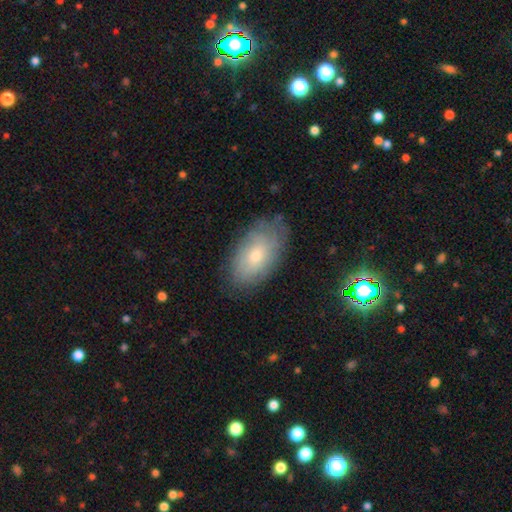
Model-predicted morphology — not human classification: Smooth or featured?
  - smooth: 53% *
  - featured or disk: 37%
  - star or artifact: 10%
How rounded?
  - in between: 93% *
  - round: 5%
  - cigar-shaped: 2%
Merging?
  - none: 78% *
  - minor disturbance: 17%
  - major disturbance: 5%
  - merger: 1%